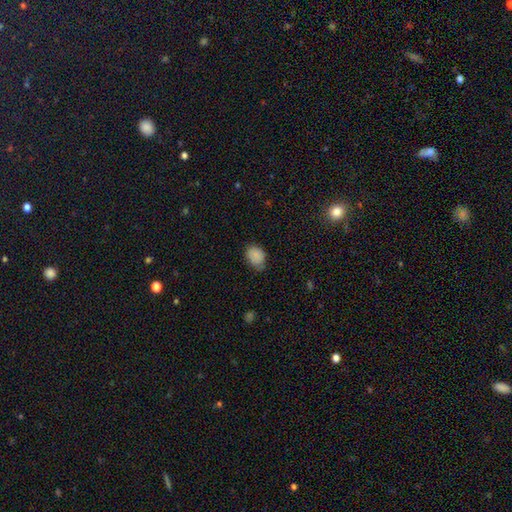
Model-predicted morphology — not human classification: Overall: smooth (85%). How rounded: in between (64%; round 35%). Merging: none (62%; minor disturbance 31%).